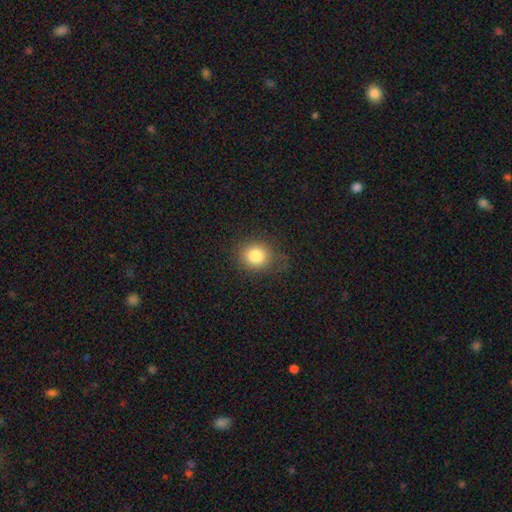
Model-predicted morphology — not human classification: Smooth or featured? smooth (82%)
How rounded? round (74%)
Merging? none (77%)